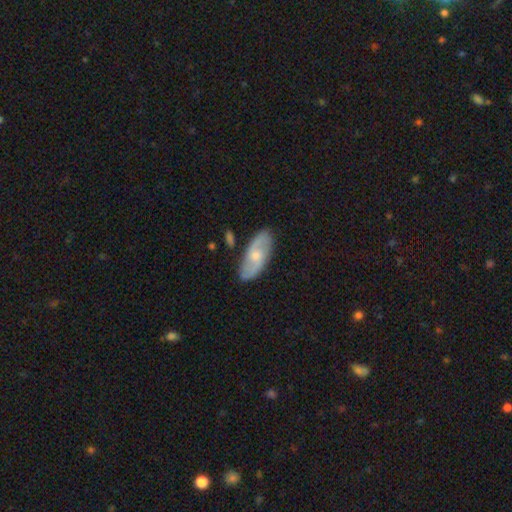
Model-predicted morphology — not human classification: A featured or disk galaxy (62%) with no bar (55%), spiral arms (86%) and a small central bulge (51%). Merging: none (83%).